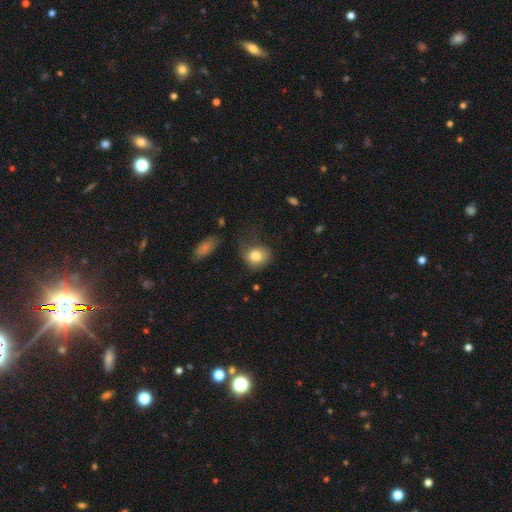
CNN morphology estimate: Smooth or featured? smooth (81%)
How rounded? round (64%)
Merging? none (49%)